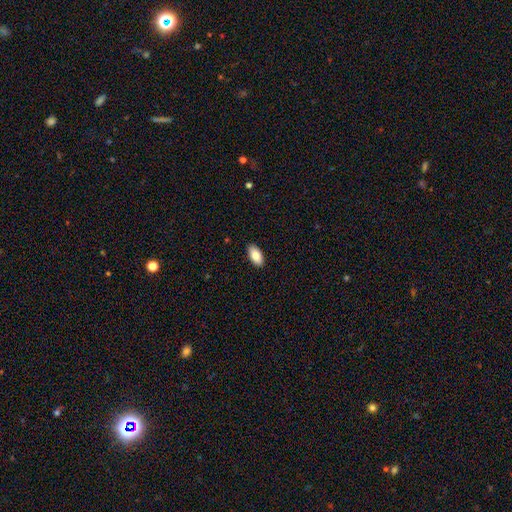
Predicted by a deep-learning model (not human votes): Smooth or featured? smooth (85%)
How rounded? in between (94%)
Merging? none (89%)